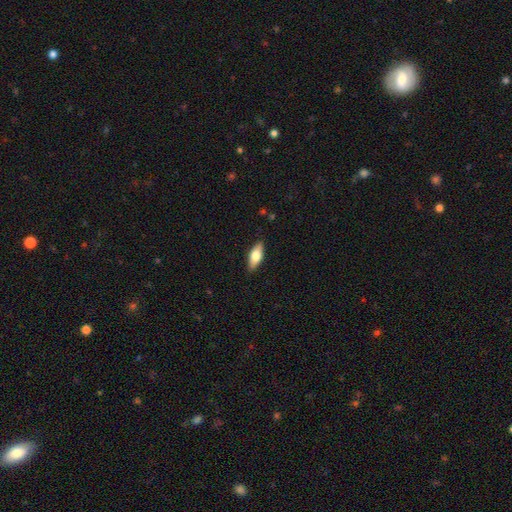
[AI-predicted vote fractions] This appears to be a smooth galaxy with no disk features (65%) that is in between round and cigar-shaped (75%). Merging: none (87%).